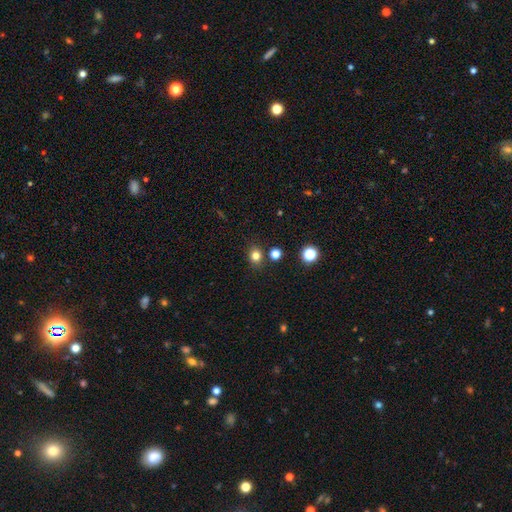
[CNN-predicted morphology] The model was most divided on "how rounded": round: 67%, in between: 32%, cigar-shaped: 1%. More confident: merging — none (84%); smooth or featured — smooth (79%).